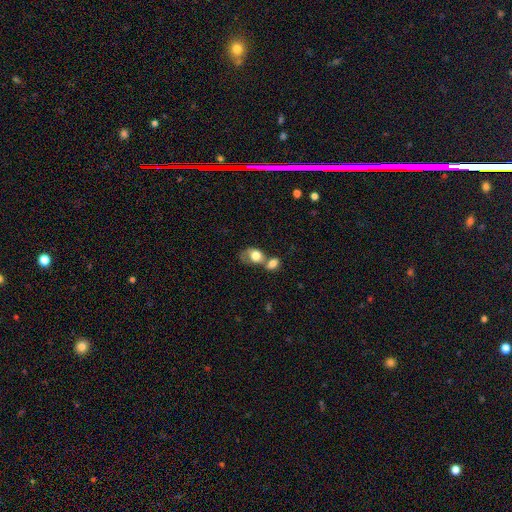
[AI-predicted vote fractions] Smooth or featured? smooth (74%)
How rounded? in between (65%)
Merging? merger (61%)